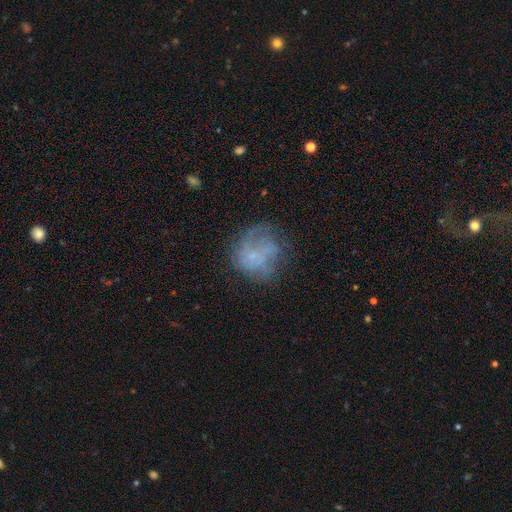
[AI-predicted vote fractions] featured or disk 48%, smooth 39%, star or artifact 13%. Down the decision tree: merging — none (52%).